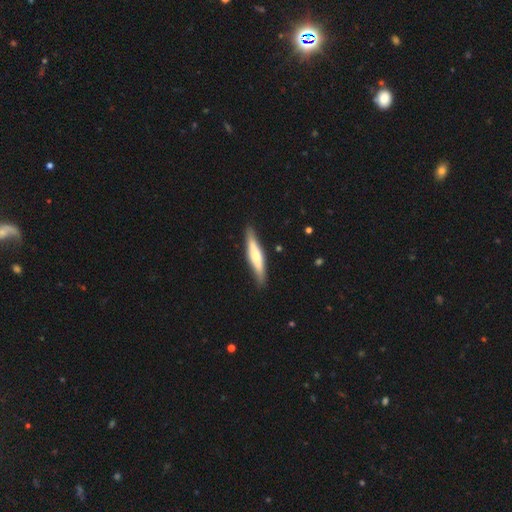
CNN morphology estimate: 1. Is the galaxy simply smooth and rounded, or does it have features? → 48% featured or disk, 47% smooth, 5% star or artifact.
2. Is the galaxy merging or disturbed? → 85% none, 11% minor disturbance, 2% major disturbance, 1% merger.